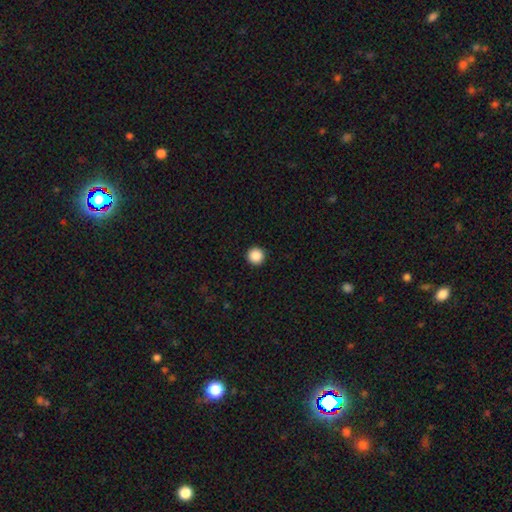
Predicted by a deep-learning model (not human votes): The model was most divided on "smooth or featured": smooth: 88%, star or artifact: 9%, featured or disk: 2%. More confident: how rounded — round (97%); merging — none (94%).